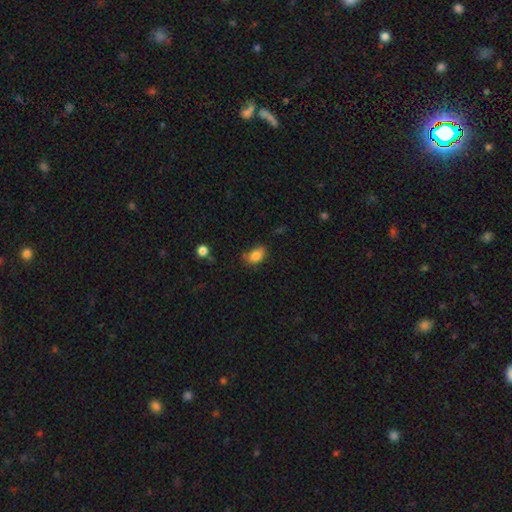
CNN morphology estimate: type=smooth (82%); roundness=in between (82%); merging=none (55%).